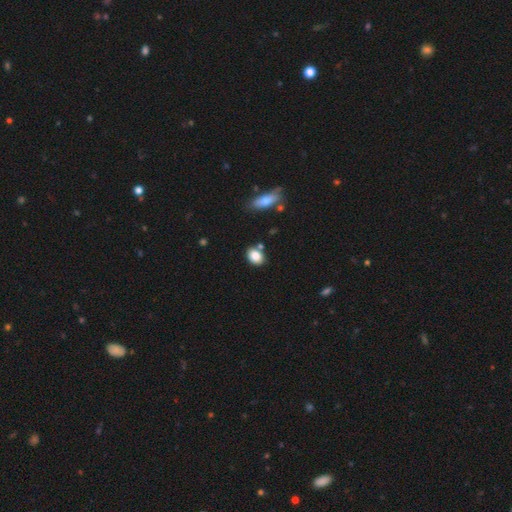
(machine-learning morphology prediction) smooth-or-featured: smooth: 85% | star or artifact: 9% | featured or disk: 6%
  how-rounded: in between: 72% | round: 27% | cigar-shaped: 2%
  merging: none: 73% | minor disturbance: 14% | merger: 10% | major disturbance: 3%